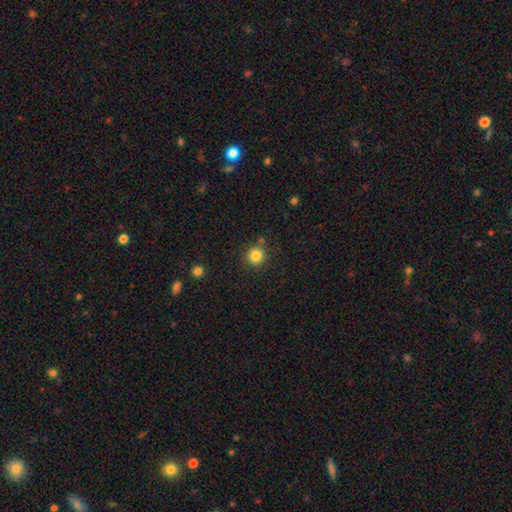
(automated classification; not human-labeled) Smooth or featured? smooth (84%)
How rounded? round (92%)
Merging? none (82%)